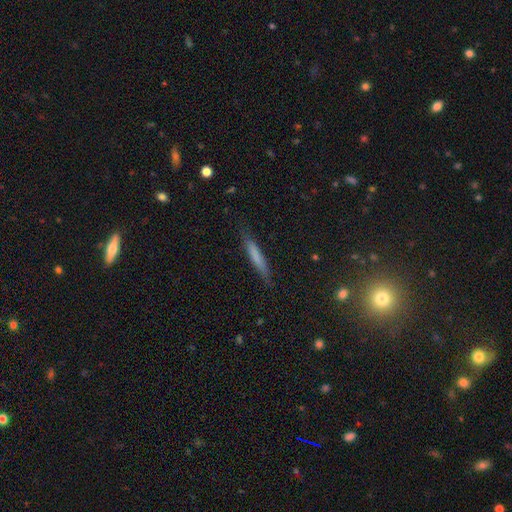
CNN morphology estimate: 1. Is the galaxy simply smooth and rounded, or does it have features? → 68% smooth, 24% featured or disk, 7% star or artifact.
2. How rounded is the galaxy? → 93% cigar-shaped, 5% in between, 1% round.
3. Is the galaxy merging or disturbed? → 84% none, 12% minor disturbance, 3% major disturbance, 1% merger.